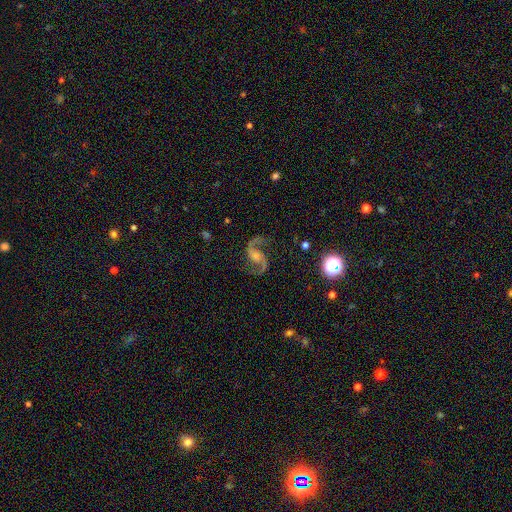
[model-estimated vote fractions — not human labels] smooth_or_featured: featured or disk (p=0.90) [alt: star or artifact p=0.06]
disk_edge_on: no (p=0.98) [alt: yes p=0.02]
bar: no (p=0.49) [alt: weak p=0.39]
has_spiral_arms: yes (p=0.98) [alt: no p=0.02]
spiral_winding: medium (p=0.53) [alt: loose p=0.39]
spiral_arm_count: 2 (p=0.94) [alt: can't tell p=0.01]
bulge_size: moderate (p=0.44) [alt: small p=0.40]
merging: none (p=0.80) [alt: minor disturbance p=0.12]